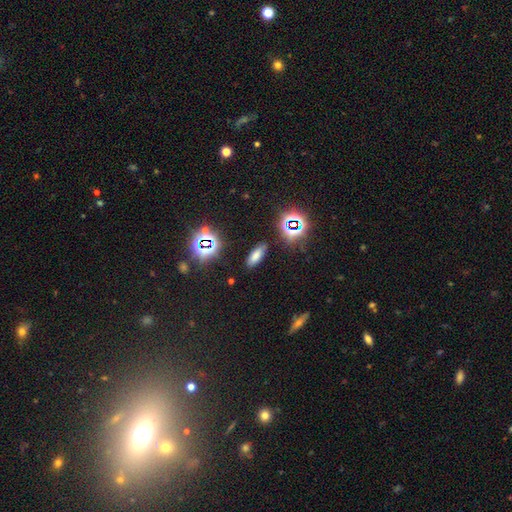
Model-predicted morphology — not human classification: smooth-or-featured: smooth: 62% | star or artifact: 29% | featured or disk: 9%
  how-rounded: in between: 76% | cigar-shaped: 20% | round: 5%
  merging: none: 85% | minor disturbance: 10% | major disturbance: 3% | merger: 2%